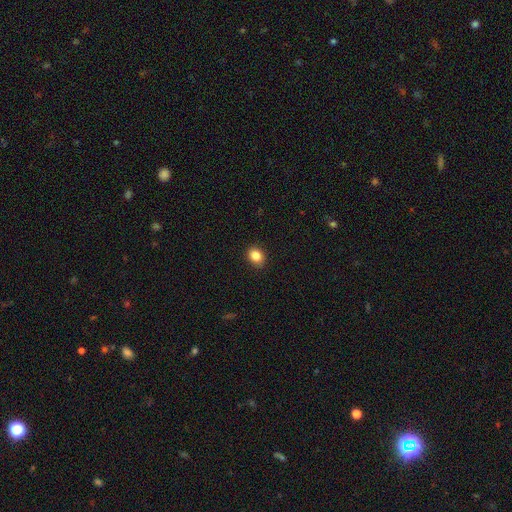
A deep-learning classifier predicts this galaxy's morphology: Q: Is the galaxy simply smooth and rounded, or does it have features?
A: smooth — 86%.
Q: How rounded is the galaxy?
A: round — 51%.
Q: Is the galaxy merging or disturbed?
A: none — 89%.